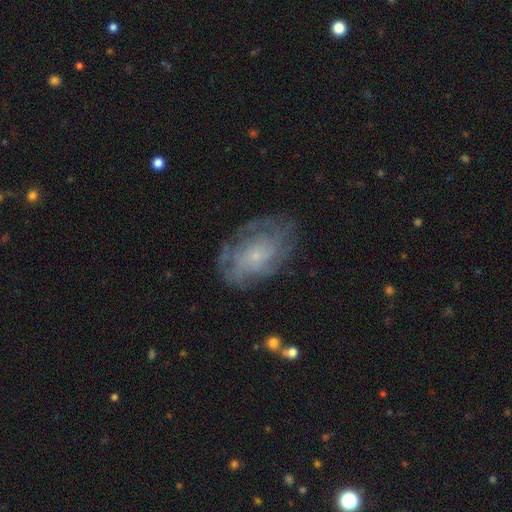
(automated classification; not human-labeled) A featured or disk galaxy (68%) with no bar (80%), tight (58%) spiral arms (79%) and a small central bulge (79%).

Vote fractions:
- Smooth or featured? featured or disk: 68% / smooth: 23% / star or artifact: 9%
- Edge-on disk? no: 96% / yes: 4%
- Bar? no: 80% / weak: 17% / strong: 3%
- Spiral arms? yes: 79% / no: 21%
- Spiral winding? tight: 58% / medium: 30% / loose: 12%
- Spiral arm count? can't tell: 57% / 2: 12% / 3: 10% / 4: 10% / more than 4: 6% / 1: 5%
- Bulge size? small: 79% / moderate: 12% / none: 6% / large: 2% / dominant: 1%
- Merging? none: 70% / minor disturbance: 19% / major disturbance: 9% / merger: 1%